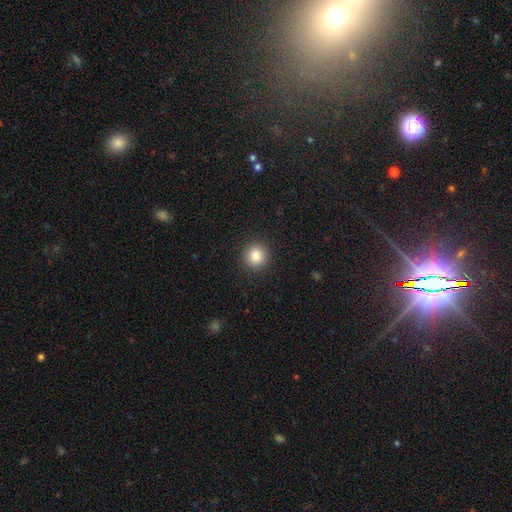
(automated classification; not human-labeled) Smooth or featured? smooth (84%)
How rounded? round (93%)
Merging? none (92%)